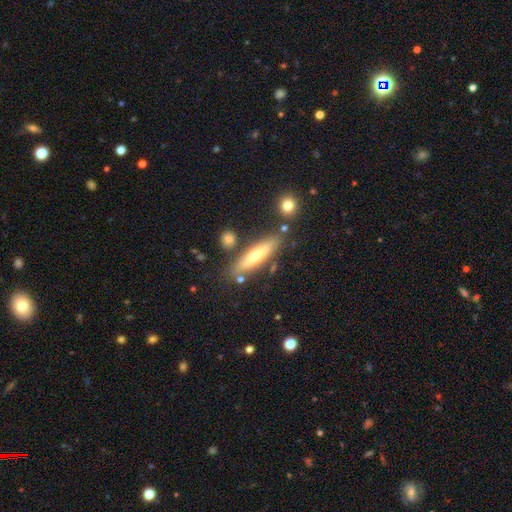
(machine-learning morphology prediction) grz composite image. It shows a smooth galaxy with no disk features (48%). Merging: none (80%).